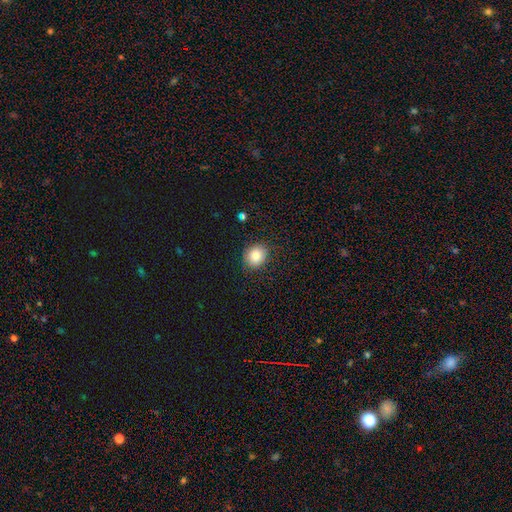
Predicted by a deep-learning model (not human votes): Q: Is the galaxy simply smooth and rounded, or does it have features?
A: smooth — 83%.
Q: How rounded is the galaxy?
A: round — 76%.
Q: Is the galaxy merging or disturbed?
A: none — 85%.